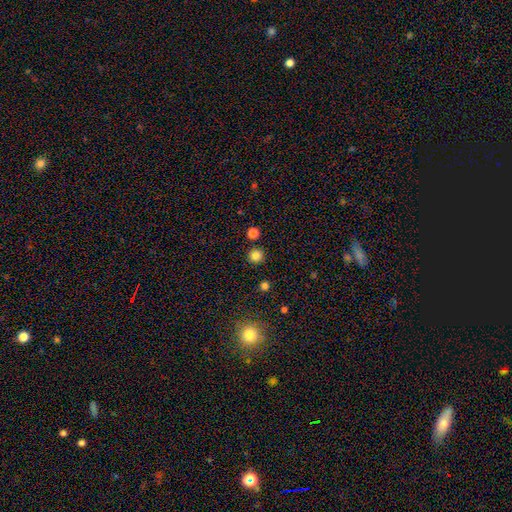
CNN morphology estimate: This appears to be a smooth galaxy with no disk features (82%) that is round (95%). Merging: none (90%).